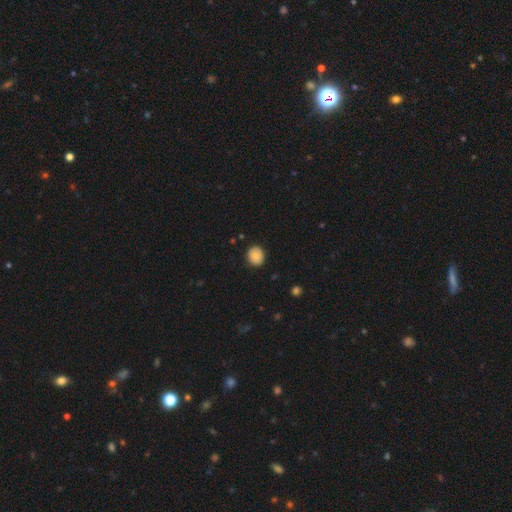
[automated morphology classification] A smooth galaxy with no disk features (85%) that is round (68%). Merging: none (86%).